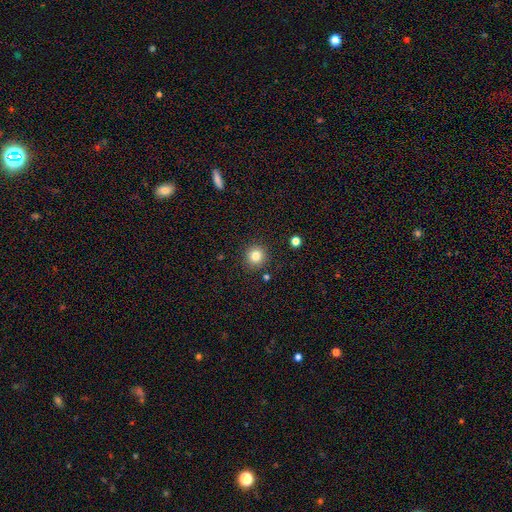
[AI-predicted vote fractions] Smooth or featured?
  - smooth: 82% *
  - star or artifact: 12%
  - featured or disk: 6%
How rounded?
  - round: 94% *
  - in between: 5%
  - cigar-shaped: 1%
Merging?
  - none: 90% *
  - minor disturbance: 6%
  - merger: 2%
  - major disturbance: 2%